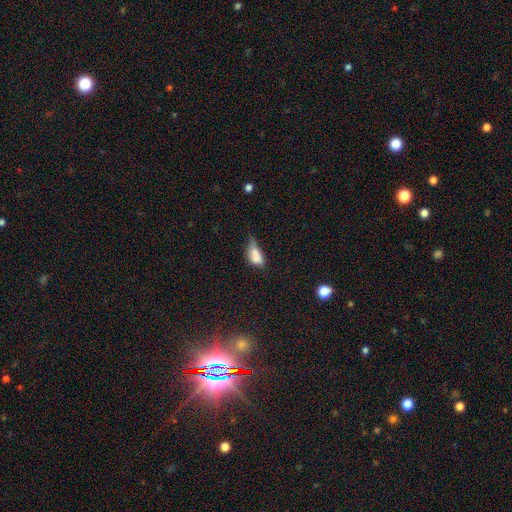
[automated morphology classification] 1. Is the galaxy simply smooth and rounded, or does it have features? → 70% smooth, 19% featured or disk, 12% star or artifact.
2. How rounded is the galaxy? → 83% in between, 10% cigar-shaped, 7% round.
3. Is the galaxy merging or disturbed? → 34% minor disturbance, 24% none, 22% major disturbance, 21% merger.